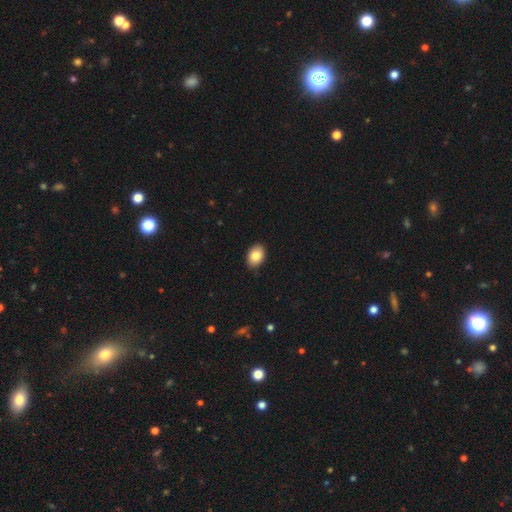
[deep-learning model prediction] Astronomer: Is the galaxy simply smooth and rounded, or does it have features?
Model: smooth — 84%.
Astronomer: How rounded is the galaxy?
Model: in between — 82%.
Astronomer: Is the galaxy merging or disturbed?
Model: none — 88%.